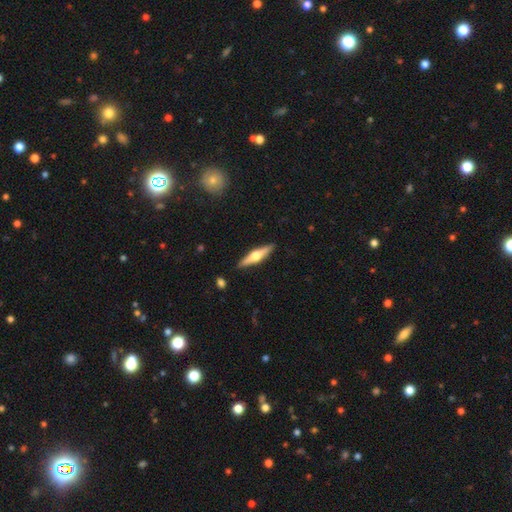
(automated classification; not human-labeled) smooth-or-featured: featured or disk: 68% | smooth: 27% | star or artifact: 5%
  disk-edge-on: yes: 97% | no: 3%
    edge-on-bulge: rounded: 94% | boxy: 4% | none: 2%
  merging: none: 90% | minor disturbance: 7% | major disturbance: 2% | merger: 1%